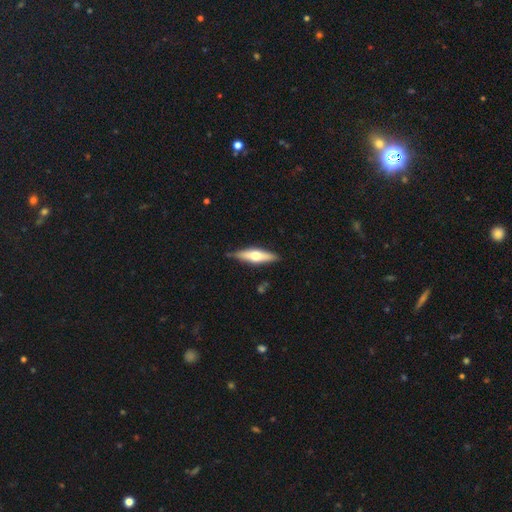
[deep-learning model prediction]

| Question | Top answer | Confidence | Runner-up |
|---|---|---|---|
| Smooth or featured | featured or disk | 52% | smooth (42%) |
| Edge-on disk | yes | 91% | no (9%) |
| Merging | none | 83% | minor disturbance (13%) |